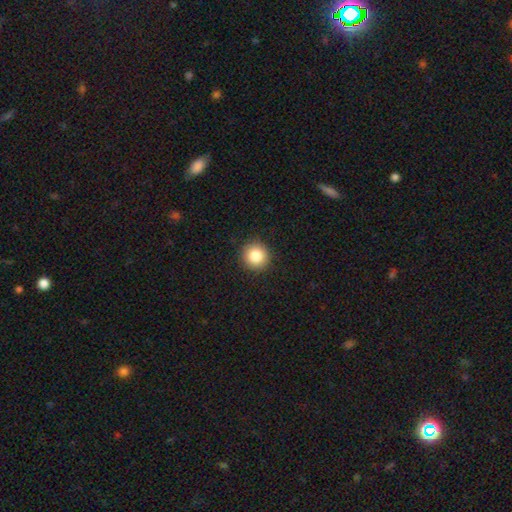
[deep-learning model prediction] The model was most divided on "smooth or featured": smooth: 84%, star or artifact: 10%, featured or disk: 6%. More confident: how rounded — round (94%); merging — none (92%).